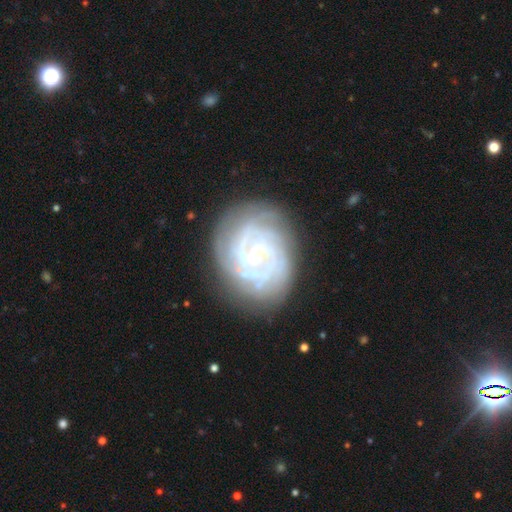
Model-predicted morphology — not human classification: type=featured or disk (86%); edge-on=no (97%); bar=no (49%); spiral arms=yes (95%); winding=tight (73%); arm count=2 (27%, tied with can't tell); bulge=small (74%); merging=none (77%).